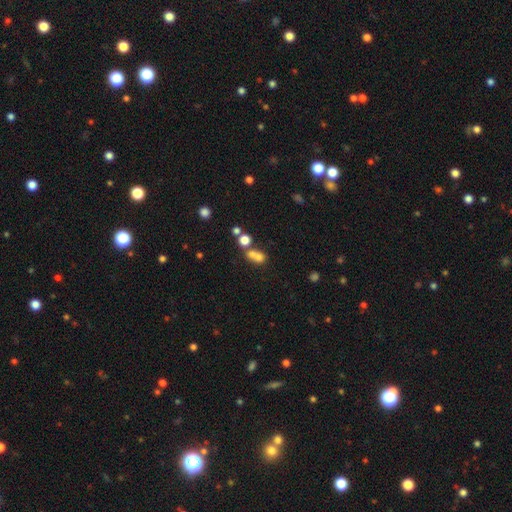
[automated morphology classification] smooth_or_featured: smooth (p=0.67) [alt: featured or disk p=0.16]
how_rounded: round (p=0.64) [alt: in between p=0.34]
merging: merger (p=0.58) [alt: none p=0.30]